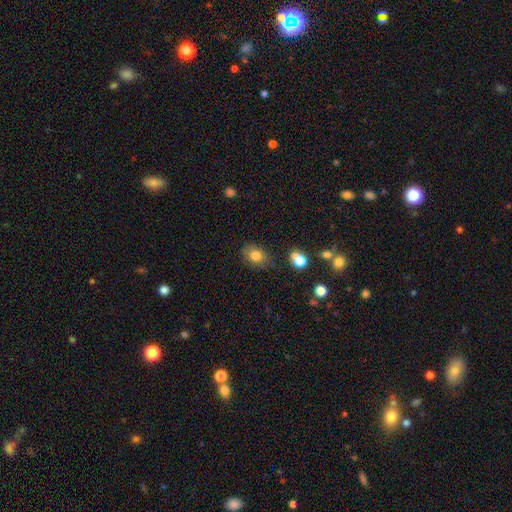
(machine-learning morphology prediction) A smooth galaxy with no disk features (78%) that is in between round and cigar-shaped (72%).

Vote fractions:
- Smooth or featured? smooth: 78% / featured or disk: 11% / star or artifact: 11%
- How rounded? in between: 72% / round: 27% / cigar-shaped: 1%
- Merging? none: 79% / minor disturbance: 14% / merger: 4% / major disturbance: 3%